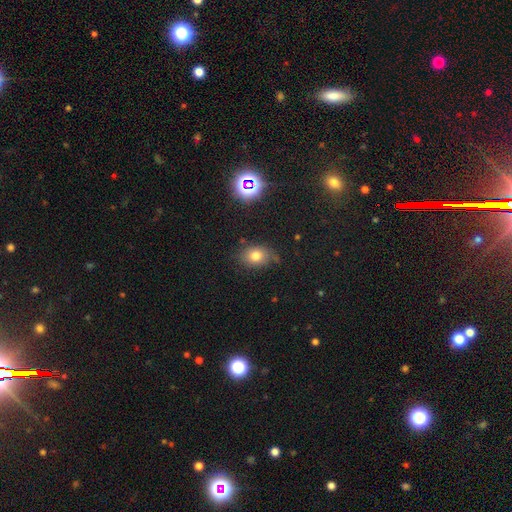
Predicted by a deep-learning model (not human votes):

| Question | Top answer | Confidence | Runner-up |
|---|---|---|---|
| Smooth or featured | smooth | 74% | star or artifact (15%) |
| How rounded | in between | 62% | round (37%) |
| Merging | none | 70% | minor disturbance (22%) |